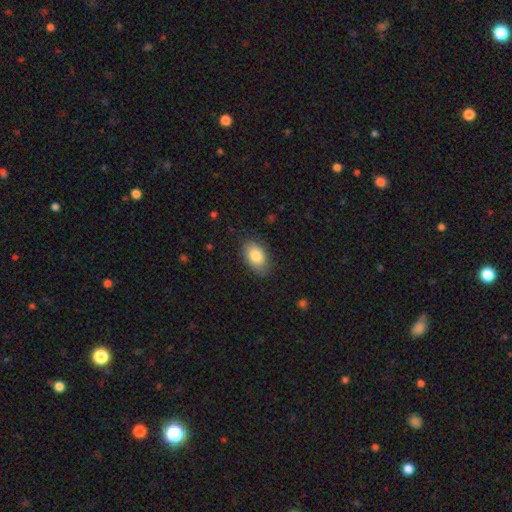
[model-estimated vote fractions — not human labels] The model was most divided on "merging": none: 83%, minor disturbance: 13%, major disturbance: 3%, merger: 1%. More confident: how rounded — in between (90%); smooth or featured — smooth (83%).